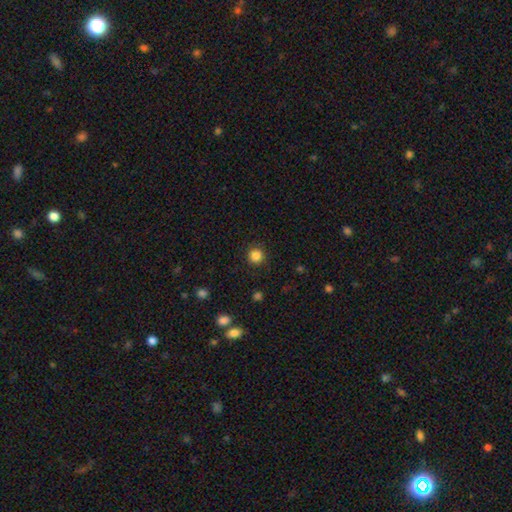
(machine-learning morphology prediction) Overall: smooth (85%). How rounded: round (95%). Merging: none (91%).